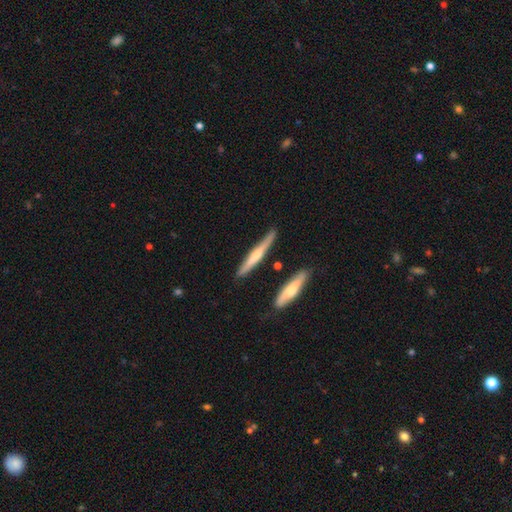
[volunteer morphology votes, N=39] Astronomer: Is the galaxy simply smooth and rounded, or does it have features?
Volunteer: featured or disk — 67%.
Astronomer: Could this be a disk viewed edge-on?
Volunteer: yes — 100%.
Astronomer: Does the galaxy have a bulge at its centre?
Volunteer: rounded — 62%.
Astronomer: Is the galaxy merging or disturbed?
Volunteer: none — 89%.